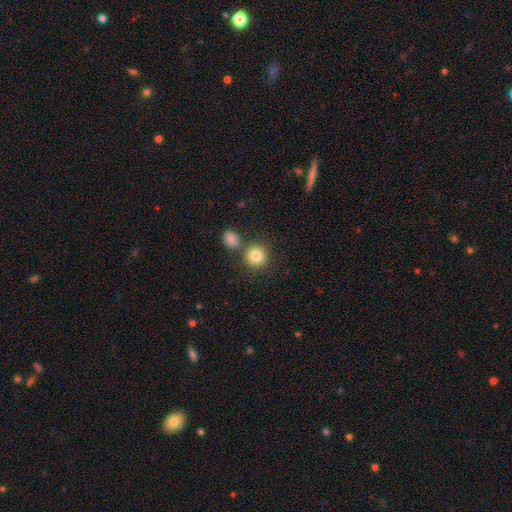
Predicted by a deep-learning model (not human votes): Smooth or featured? smooth (82%)
How rounded? round (91%)
Merging? none (70%)